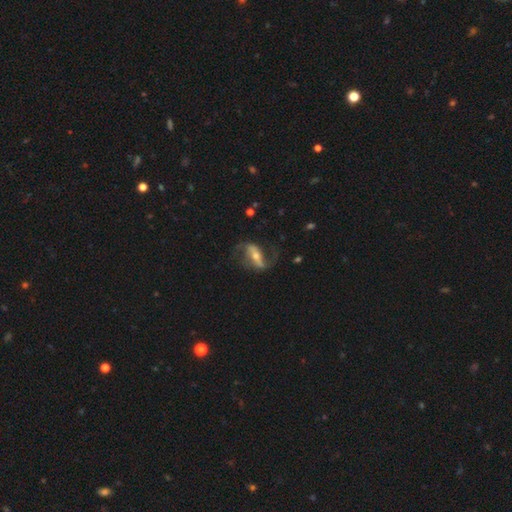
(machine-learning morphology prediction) smooth-or-featured: featured or disk: 83% | smooth: 10% | star or artifact: 6%
  disk-edge-on: no: 91% | yes: 9%
    bar: strong: 60% | weak: 25% | no: 15%
    has-spiral-arms: yes: 92% | no: 8%
      spiral-winding: loose: 60% | medium: 30% | tight: 9%
      spiral-arm-count: 2: 90% | can't tell: 4% | 1: 4% | 3: 1% | 4: 1% | more than 4: 1%
    bulge-size: moderate: 47% | small: 45% | large: 4% | none: 2% | dominant: 1%
  merging: none: 68% | minor disturbance: 15% | major disturbance: 14% | merger: 2%